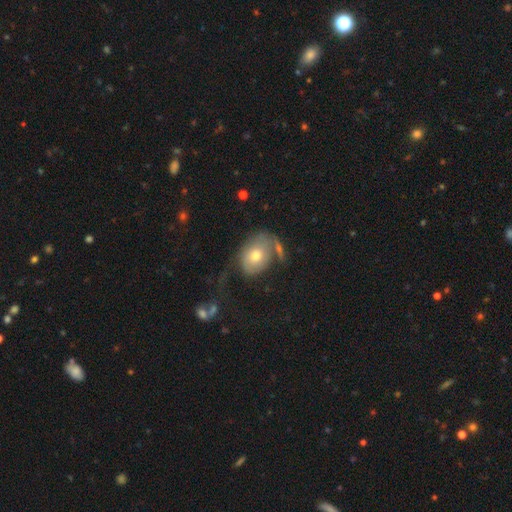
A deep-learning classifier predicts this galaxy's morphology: smooth 61%, featured or disk 30%, star or artifact 8%. Down the decision tree: how rounded — in between (69%); merging — none (38%).